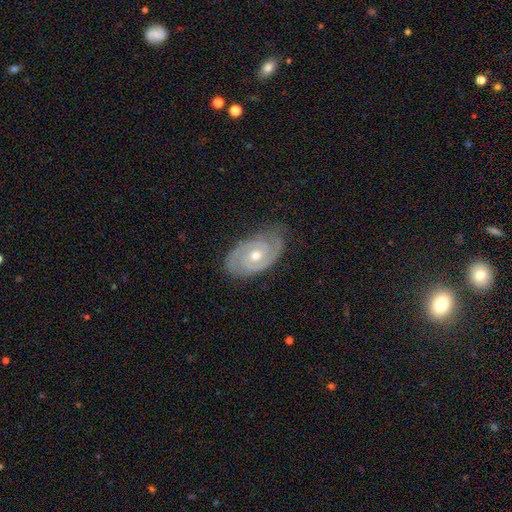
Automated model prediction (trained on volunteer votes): Overall: featured or disk (89%). Edge-on disk: no (96%). Bar: no (67%). Spiral arms: yes (96%). Spiral arm count: 2 (79%). Spiral winding: tight (71%). Bulge size: moderate (71%). Merging: none (78%).